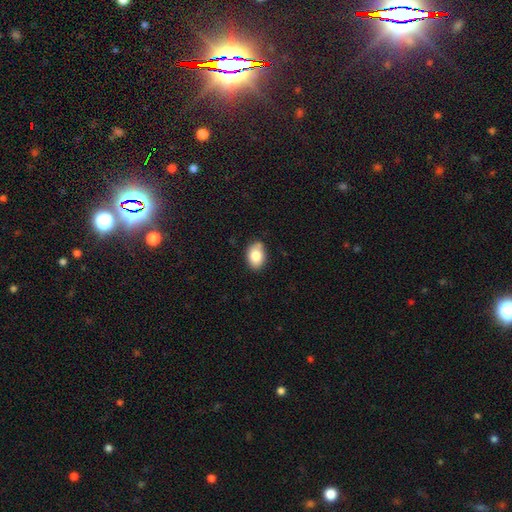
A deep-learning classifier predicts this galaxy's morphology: Smooth or featured: smooth — 83% (featured or disk — 9%)
How rounded: in between — 80% (round — 19%)
Merging: none — 79% (minor disturbance — 16%)